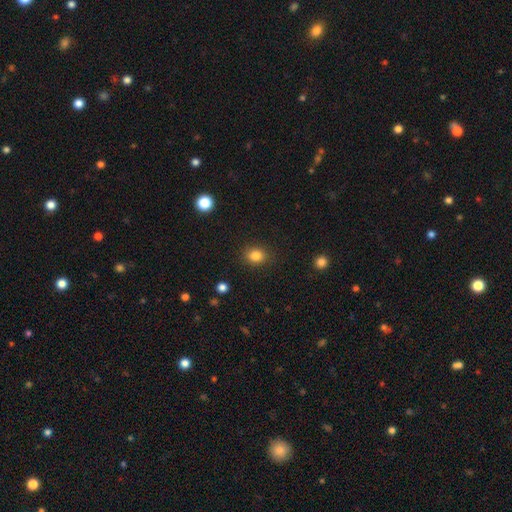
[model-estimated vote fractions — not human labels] This appears to be a smooth galaxy with no disk features (84%) that is round (60%). Merging: none (87%).